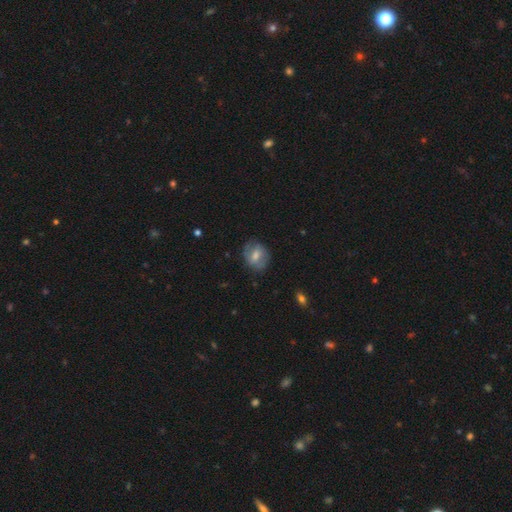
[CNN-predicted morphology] A smooth galaxy with no disk features (52%) that is round (53%).

Vote fractions:
- Smooth or featured? smooth: 52% / featured or disk: 40% / star or artifact: 8%
- How rounded? round: 53% / in between: 45% / cigar-shaped: 1%
- Merging? none: 70% / minor disturbance: 21% / major disturbance: 8% / merger: 1%